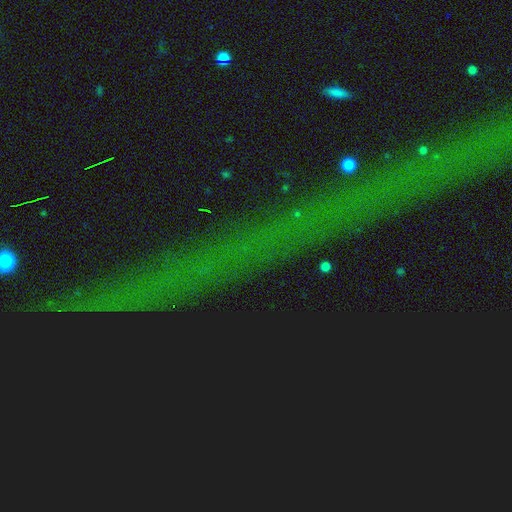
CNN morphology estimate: Q: Smooth or featured?
A: star or artifact (81%); runner-up: featured or disk (10%)